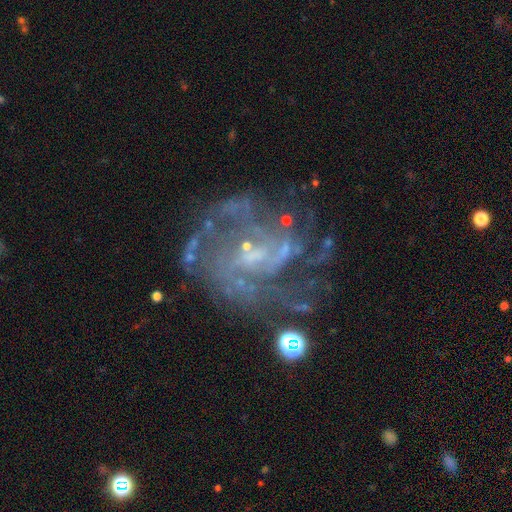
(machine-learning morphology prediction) Smooth or featured? featured or disk (82%)
Edge-on disk? no (98%)
Bar? no (54%)
Spiral arms? yes (81%)
Spiral winding? medium (42%)
Spiral arm count? can't tell (42%)
Bulge size? small (58%)
Merging? none (56%)